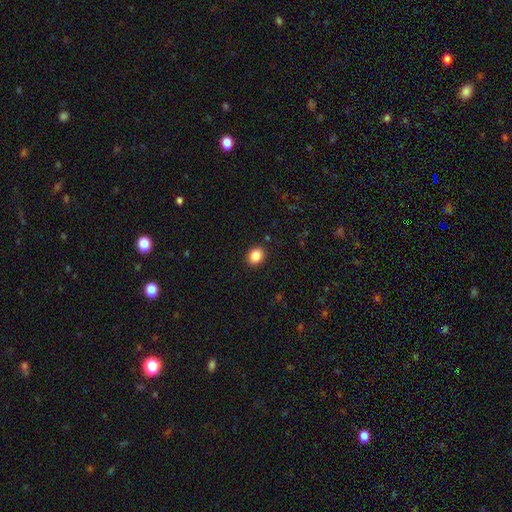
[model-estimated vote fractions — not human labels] Smooth or featured: smooth — 86% (star or artifact — 9%)
How rounded: round — 53% (in between — 46%)
Merging: none — 90% (minor disturbance — 7%)